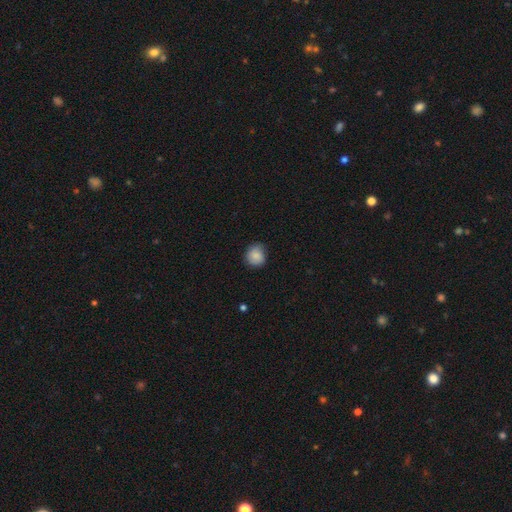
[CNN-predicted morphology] This appears to be a smooth galaxy with no disk features (86%) that is round (82%). Merging: none (76%).